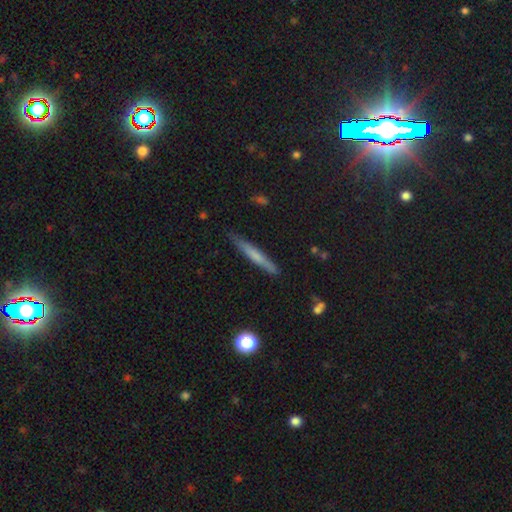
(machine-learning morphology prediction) This is possibly a smooth galaxy (57%). How rounded: clearly cigar-shaped (95%). Merging: clearly none (85%).